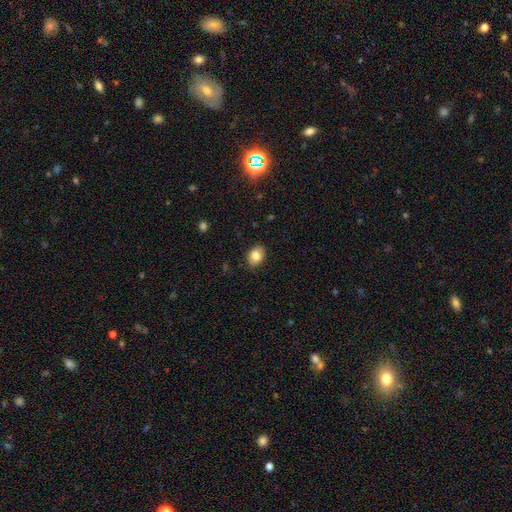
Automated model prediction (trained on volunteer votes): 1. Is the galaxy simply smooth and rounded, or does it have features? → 83% smooth, 9% featured or disk, 8% star or artifact.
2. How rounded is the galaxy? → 66% in between, 33% round, 1% cigar-shaped.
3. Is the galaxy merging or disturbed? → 86% none, 10% minor disturbance, 2% major disturbance, 1% merger.